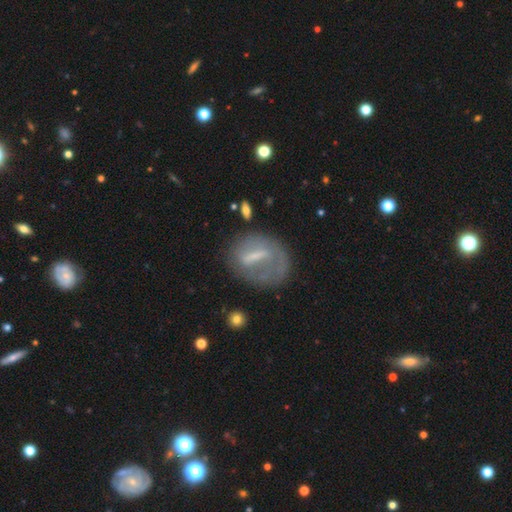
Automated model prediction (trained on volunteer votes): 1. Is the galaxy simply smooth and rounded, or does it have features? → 53% featured or disk, 37% smooth, 9% star or artifact.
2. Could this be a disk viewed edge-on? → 90% no, 10% yes.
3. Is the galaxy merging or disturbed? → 52% none, 23% minor disturbance, 22% major disturbance, 3% merger.